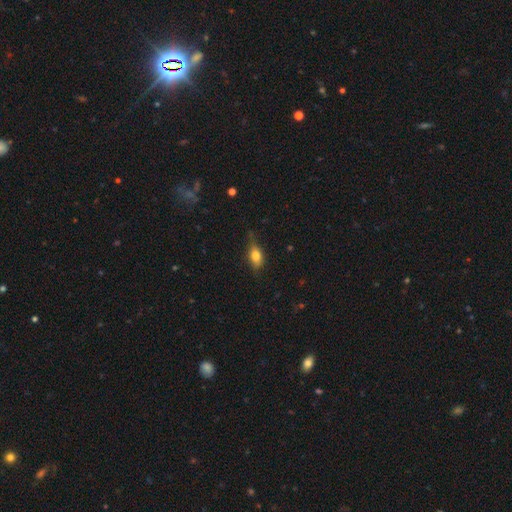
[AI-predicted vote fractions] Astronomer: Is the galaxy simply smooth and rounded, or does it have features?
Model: smooth — 77%.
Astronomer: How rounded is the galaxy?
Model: in between — 82%.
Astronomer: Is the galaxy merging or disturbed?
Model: none — 67%.